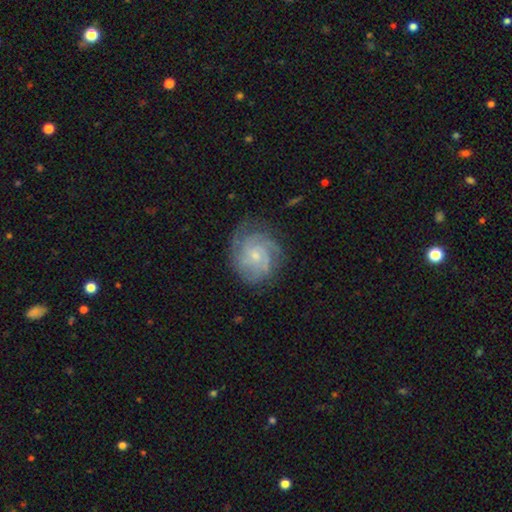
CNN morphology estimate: A featured or disk galaxy (79%) with no bar (72%), tight (63%) spiral arms (95%) and a small central bulge (70%). Merging: none (73%).